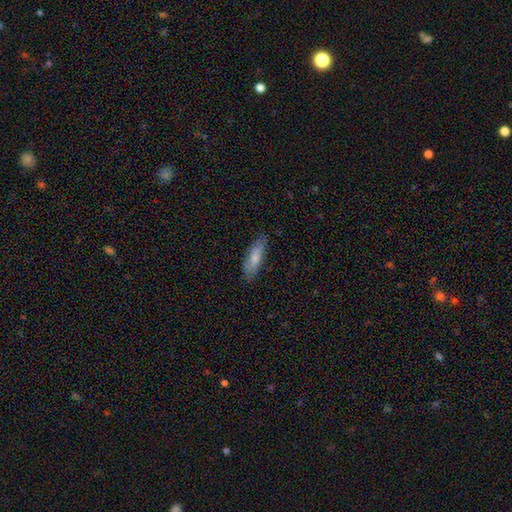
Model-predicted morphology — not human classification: type=smooth (68%); roundness=cigar-shaped (62%); merging=none (82%).